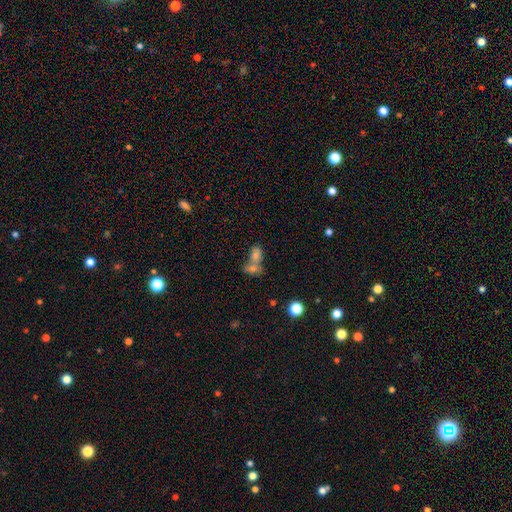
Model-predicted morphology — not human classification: A smooth galaxy with no disk features (66%) that is in between round and cigar-shaped (70%).

Vote fractions:
- Smooth or featured? smooth: 66% / star or artifact: 19% / featured or disk: 15%
- How rounded? in between: 70% / round: 25% / cigar-shaped: 5%
- Merging? merger: 60% / none: 28% / minor disturbance: 7% / major disturbance: 5%